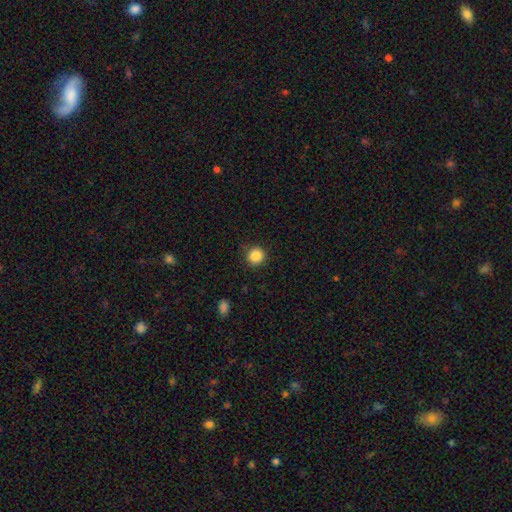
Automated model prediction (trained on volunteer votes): Smooth or featured? Predicted: smooth (p=0.86). How rounded? Predicted: round (p=0.93). Merging? Predicted: none (p=0.89).